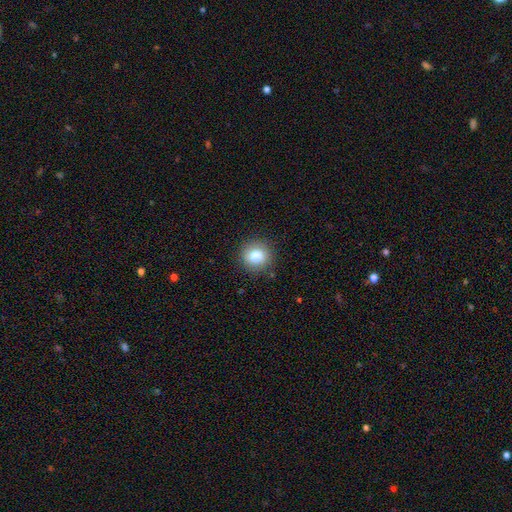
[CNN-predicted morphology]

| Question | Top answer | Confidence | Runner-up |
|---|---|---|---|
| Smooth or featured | smooth | 80% | star or artifact (10%) |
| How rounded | round | 92% | in between (7%) |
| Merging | none | 90% | minor disturbance (7%) |